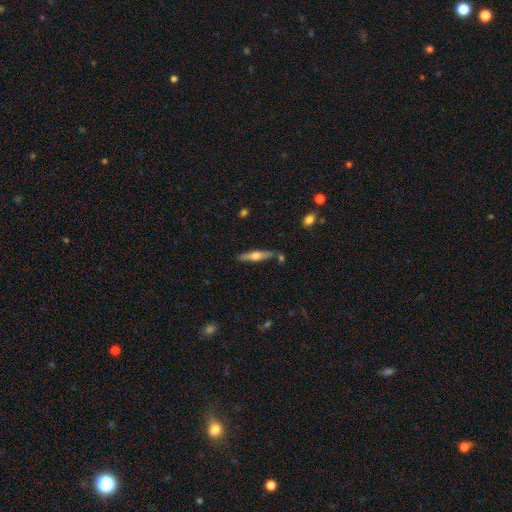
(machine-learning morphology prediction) Q: Smooth or featured?
A: featured or disk (55%); runner-up: smooth (39%)
Q: Edge-on disk?
A: yes (95%); runner-up: no (5%)
Q: Edge-on bulge?
A: rounded (90%); runner-up: boxy (5%)
Q: Merging?
A: none (81%); runner-up: minor disturbance (11%)